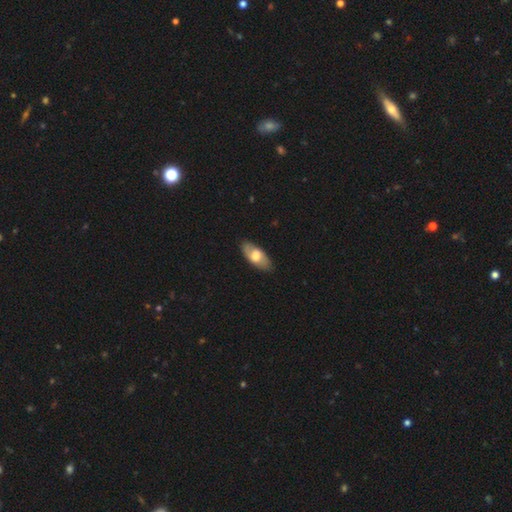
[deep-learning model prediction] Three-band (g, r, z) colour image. It shows a smooth galaxy with no disk features (62%) that is in between round and cigar-shaped (88%). Merging: none (86%).